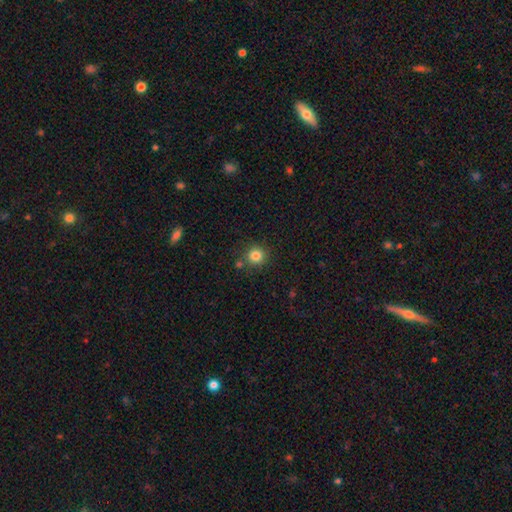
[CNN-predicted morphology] This is clearly a smooth galaxy (83%). How rounded: clearly round (91%). Merging: likely none (80%).